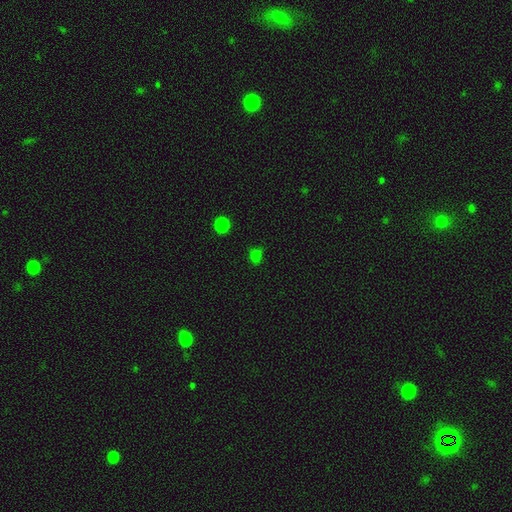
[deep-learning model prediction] Q: Smooth or featured?
A: smooth (69%); runner-up: star or artifact (26%)
Q: How rounded?
A: in between (51%); runner-up: round (47%)
Q: Merging?
A: none (74%); runner-up: minor disturbance (16%)